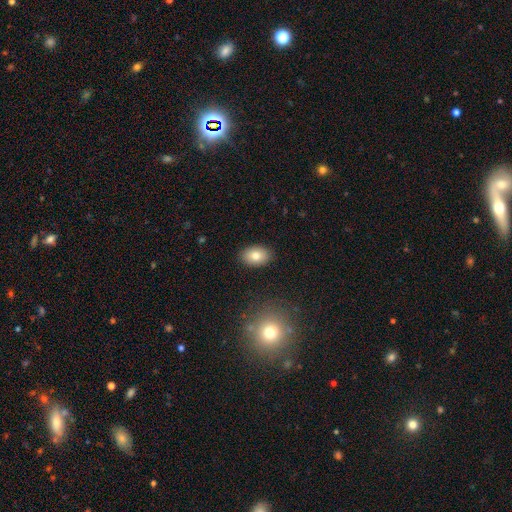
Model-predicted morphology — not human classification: This appears to be a smooth galaxy with no disk features (80%) that is in between round and cigar-shaped (85%). Merging: none (89%).